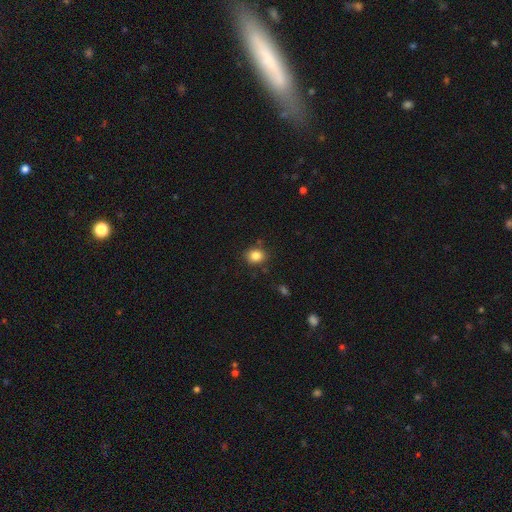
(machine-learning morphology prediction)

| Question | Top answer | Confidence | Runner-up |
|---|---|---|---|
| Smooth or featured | smooth | 84% | star or artifact (11%) |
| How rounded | round | 67% | in between (32%) |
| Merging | none | 83% | minor disturbance (11%) |